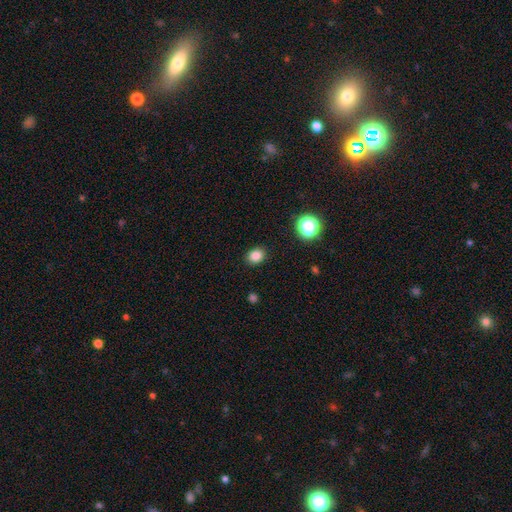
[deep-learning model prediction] smooth 84%, star or artifact 12%, featured or disk 4%. Down the decision tree: how rounded — round (52%); merging — none (89%).